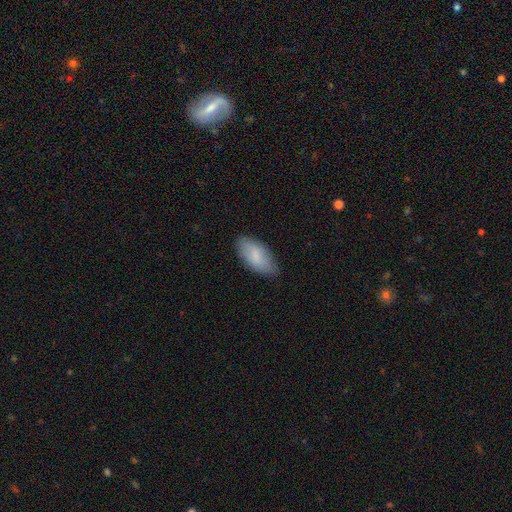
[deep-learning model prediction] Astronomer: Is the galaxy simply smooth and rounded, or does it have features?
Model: smooth — 81%.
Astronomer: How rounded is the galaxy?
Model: in between — 92%.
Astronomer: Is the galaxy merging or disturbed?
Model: none — 81%.